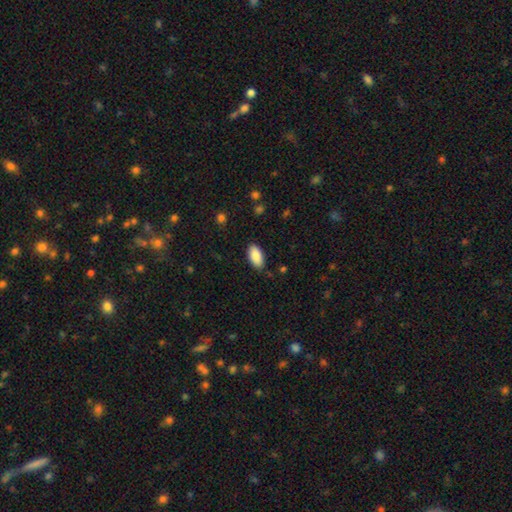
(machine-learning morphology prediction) smooth_or_featured: smooth (p=0.88) [alt: star or artifact p=0.06]
how_rounded: in between (p=0.94) [alt: cigar-shaped p=0.04]
merging: none (p=0.86) [alt: minor disturbance p=0.10]